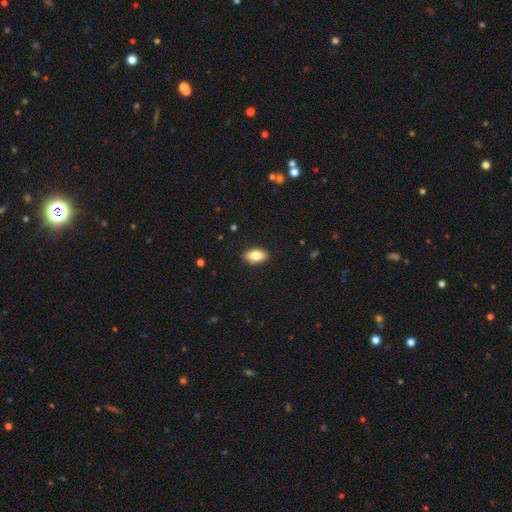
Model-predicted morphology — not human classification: smooth 80%, featured or disk 12%, star or artifact 7%. Down the decision tree: how rounded — in between (90%); merging — none (88%).